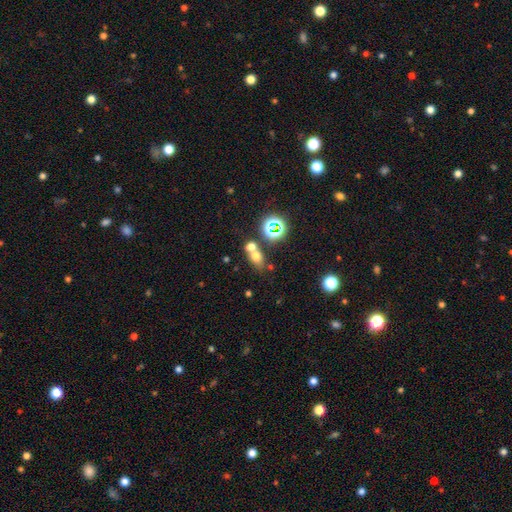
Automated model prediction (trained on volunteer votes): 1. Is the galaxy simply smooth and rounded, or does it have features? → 63% smooth, 24% star or artifact, 13% featured or disk.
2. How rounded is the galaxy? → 49% in between, 48% round, 3% cigar-shaped.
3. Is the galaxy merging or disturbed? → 46% none, 41% merger, 9% minor disturbance, 4% major disturbance.